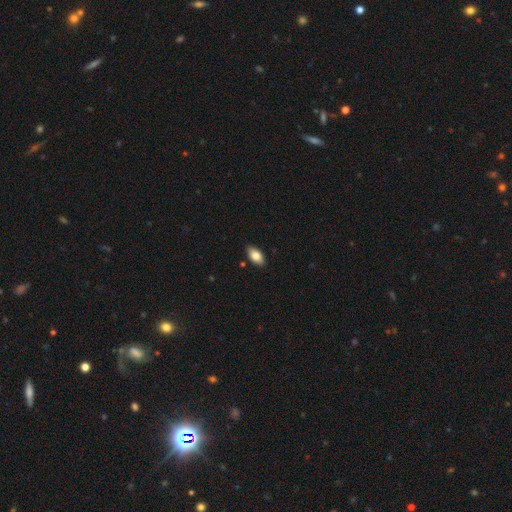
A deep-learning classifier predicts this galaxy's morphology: Overall: smooth (82%). How rounded: in between (93%). Merging: none (88%).